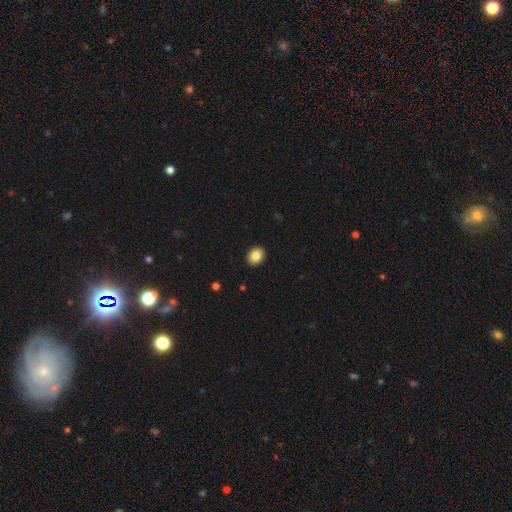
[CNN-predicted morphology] Smooth or featured? Predicted: smooth (p=0.85). How rounded? Predicted: round (p=0.50, tied with in between). Merging? Predicted: none (p=0.92).